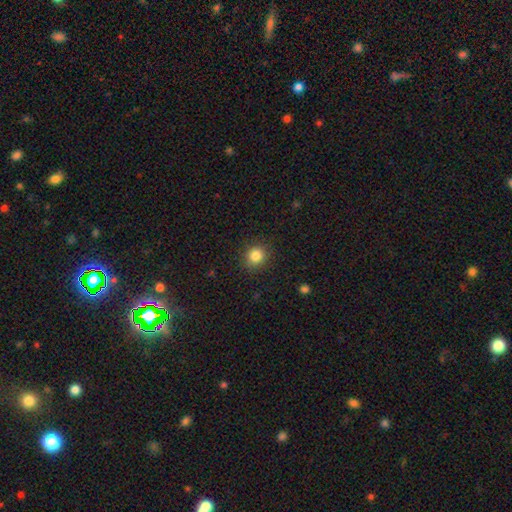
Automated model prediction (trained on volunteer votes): smooth 84%, star or artifact 11%, featured or disk 5%. Down the decision tree: how rounded — round (84%); merging — none (88%).